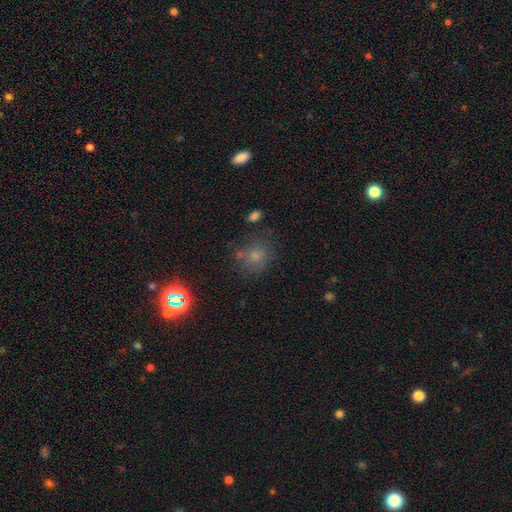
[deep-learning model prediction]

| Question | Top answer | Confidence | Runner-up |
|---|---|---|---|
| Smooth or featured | smooth | 57% | star or artifact (32%) |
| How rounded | round | 80% | in between (19%) |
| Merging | none | 72% | minor disturbance (14%) |